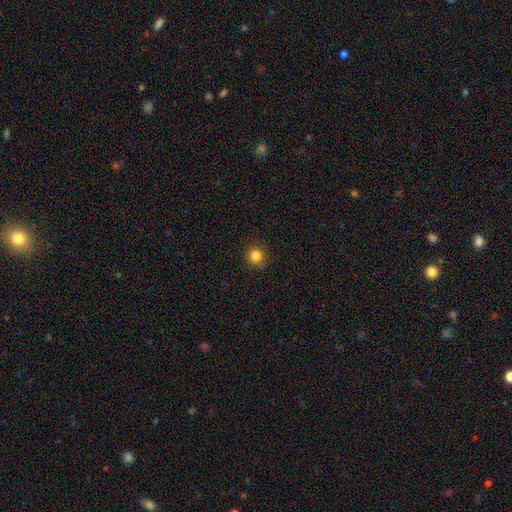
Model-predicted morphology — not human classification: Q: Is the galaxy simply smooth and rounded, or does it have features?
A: smooth — 84%.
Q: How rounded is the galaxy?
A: round — 92%.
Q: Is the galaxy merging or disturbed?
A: none — 89%.